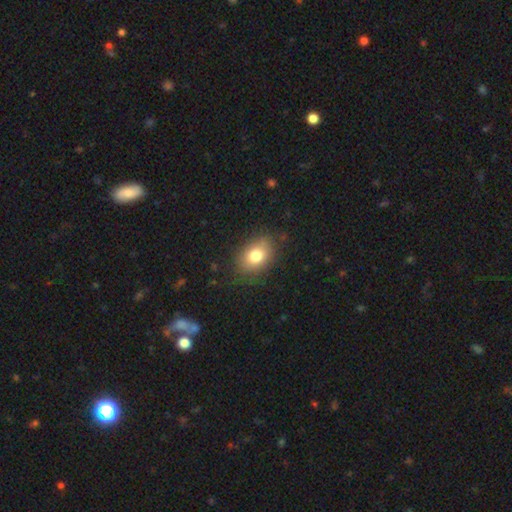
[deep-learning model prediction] Smooth or featured?
  - smooth: 78% *
  - featured or disk: 12%
  - star or artifact: 10%
How rounded?
  - in between: 75% *
  - round: 24%
  - cigar-shaped: 1%
Merging?
  - none: 79% *
  - minor disturbance: 15%
  - major disturbance: 4%
  - merger: 1%